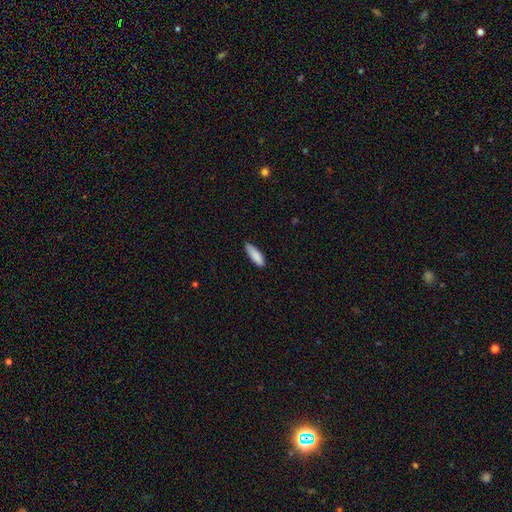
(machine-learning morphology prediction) type=smooth (88%); roundness=in between (55%); merging=none (74%).